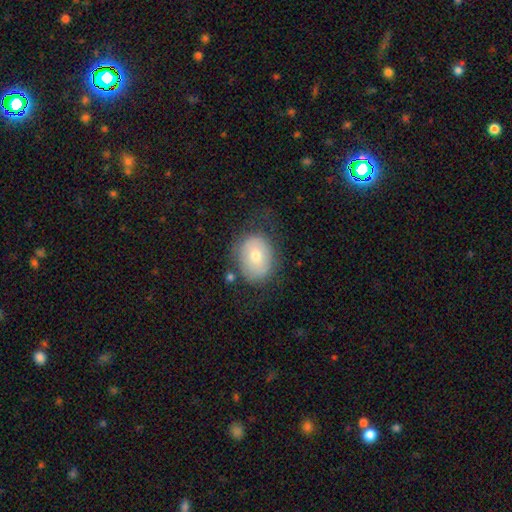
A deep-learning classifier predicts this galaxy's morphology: smooth-or-featured: smooth: 67% | featured or disk: 25% | star or artifact: 9%
  how-rounded: in between: 50% | round: 49% | cigar-shaped: 1%
  merging: none: 63% | minor disturbance: 22% | major disturbance: 11% | merger: 3%